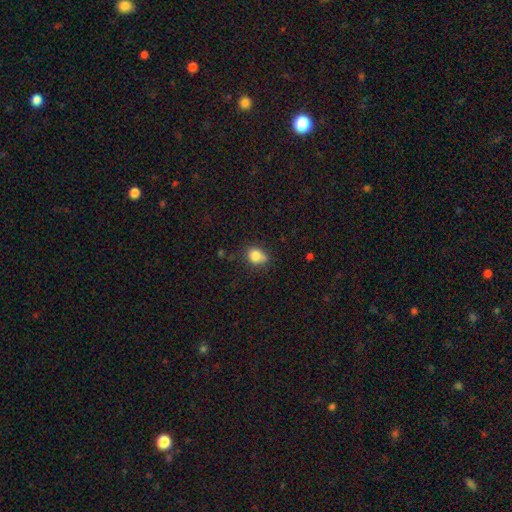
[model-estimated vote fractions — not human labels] Overall: smooth (82%). How rounded: round (49%, tied with in between). Merging: none (58%; minor disturbance 30%).